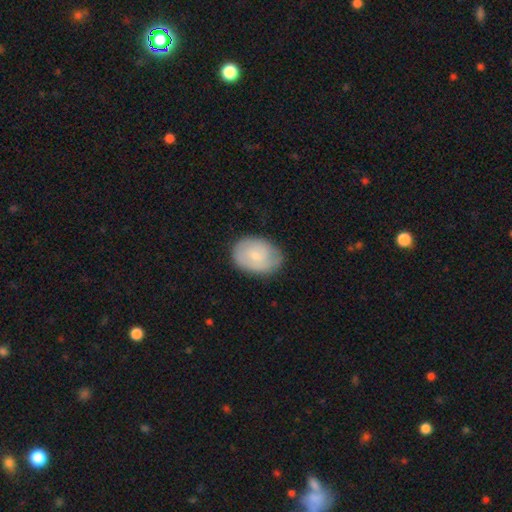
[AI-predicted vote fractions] This is likely a smooth galaxy (63%). How rounded: likely in between (73%). Merging: likely none (75%).